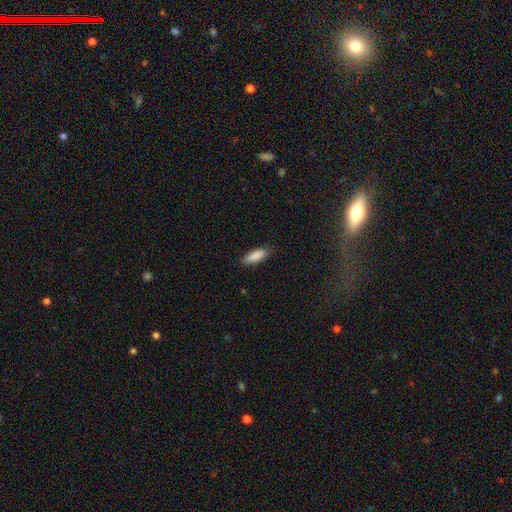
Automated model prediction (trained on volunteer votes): Smooth or featured?
  - smooth: 88% *
  - star or artifact: 6%
  - featured or disk: 6%
How rounded?
  - in between: 61% *
  - cigar-shaped: 37%
  - round: 2%
Merging?
  - none: 83% *
  - minor disturbance: 13%
  - major disturbance: 3%
  - merger: 1%